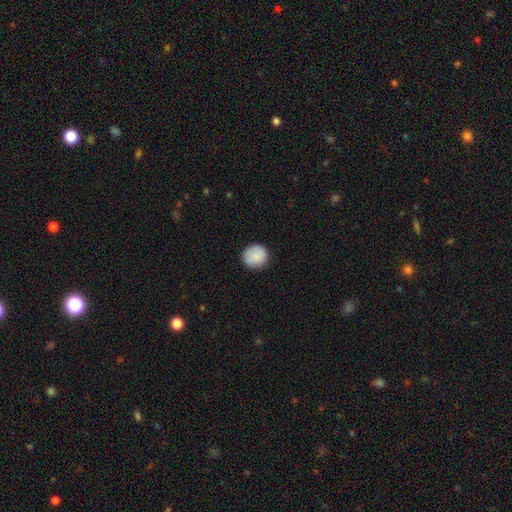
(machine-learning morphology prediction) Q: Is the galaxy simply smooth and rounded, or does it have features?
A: smooth — 87%.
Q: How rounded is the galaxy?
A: round — 85%.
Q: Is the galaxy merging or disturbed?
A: none — 84%.